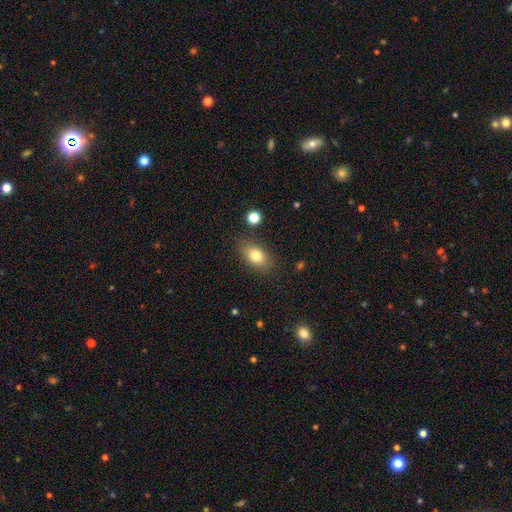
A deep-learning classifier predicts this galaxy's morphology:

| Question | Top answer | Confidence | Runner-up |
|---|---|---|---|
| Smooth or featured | smooth | 79% | featured or disk (11%) |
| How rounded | in between | 84% | round (13%) |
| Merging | none | 82% | minor disturbance (12%) |